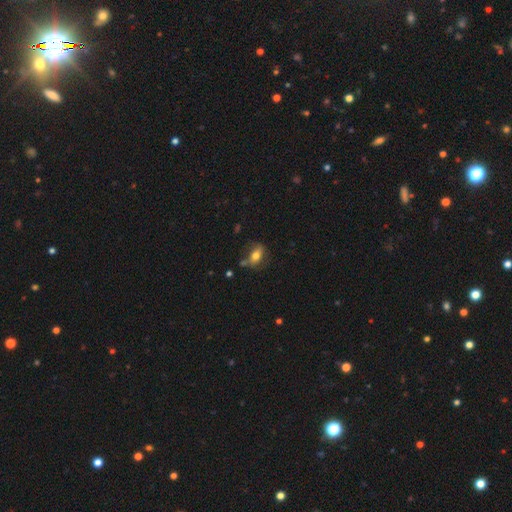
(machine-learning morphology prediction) The model was most divided on "merging": none: 58%, minor disturbance: 22%, merger: 11%, major disturbance: 9%. More confident: how rounded — in between (80%); smooth or featured — smooth (66%).